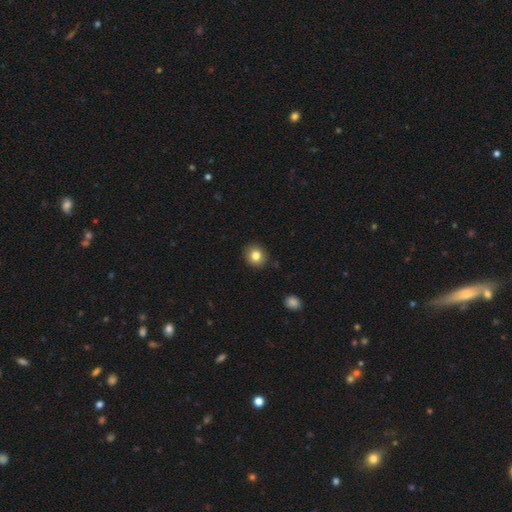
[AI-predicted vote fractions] This appears to be a smooth galaxy with no disk features (82%) that is round (83%). Merging: none (90%).